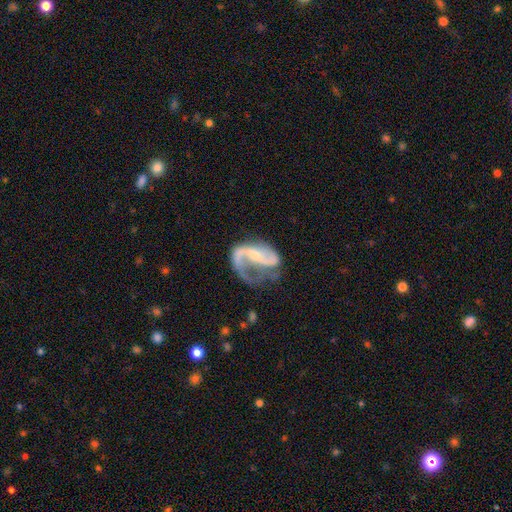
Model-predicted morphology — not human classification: featured or disk 87%, smooth 8%, star or artifact 6%. Down the decision tree: edge-on disk — no (98%); bar — weak (38%); spiral arms — yes (94%); spiral arm count — 2 (72%); spiral winding — loose (52%); bulge size — small (62%); merging — none (40%).